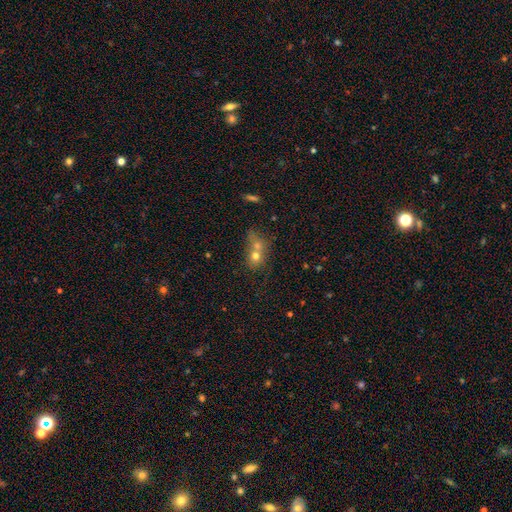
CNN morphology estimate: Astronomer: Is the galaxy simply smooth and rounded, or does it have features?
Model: smooth — 68%.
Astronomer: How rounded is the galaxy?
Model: round — 64%.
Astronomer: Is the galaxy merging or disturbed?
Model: merger — 70%.